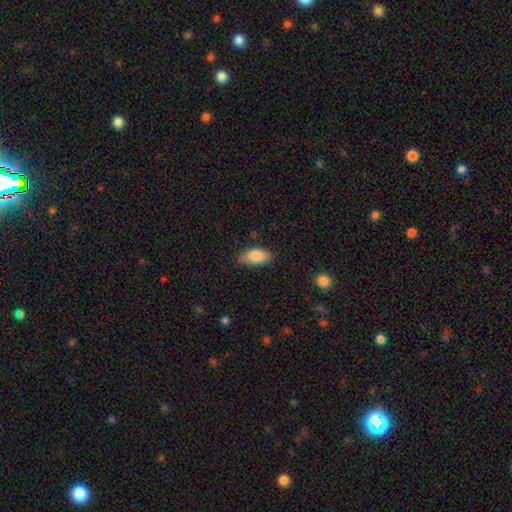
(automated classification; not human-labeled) Overall: smooth (86%). How rounded: in between (92%). Merging: none (78%).